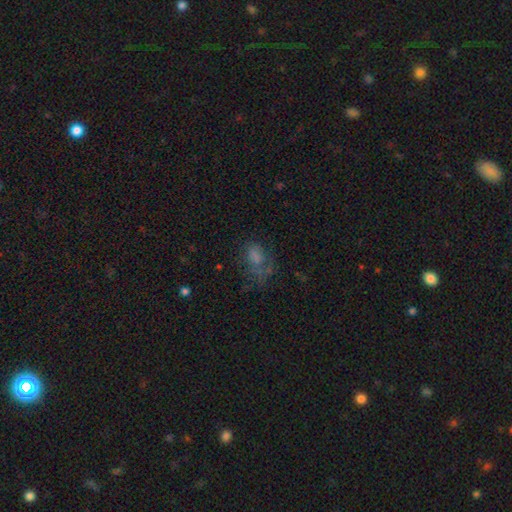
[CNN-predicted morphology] smooth-or-featured: smooth: 42% | featured or disk: 29% | star or artifact: 29%
  merging: none: 42% | major disturbance: 33% | minor disturbance: 20% | merger: 4%